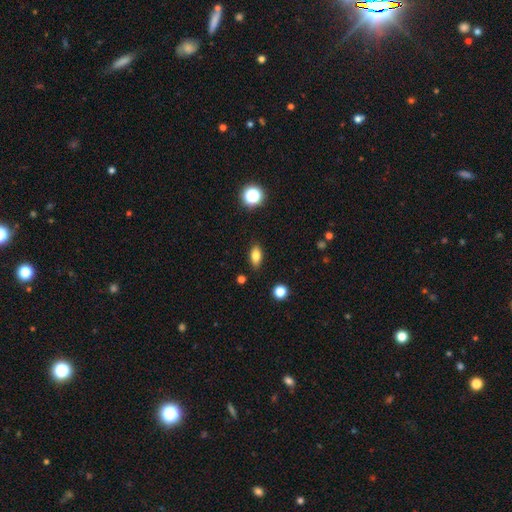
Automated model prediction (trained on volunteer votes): Q: Smooth or featured?
A: smooth (79%); runner-up: featured or disk (11%)
Q: How rounded?
A: in between (84%); runner-up: cigar-shaped (9%)
Q: Merging?
A: none (86%); runner-up: minor disturbance (10%)